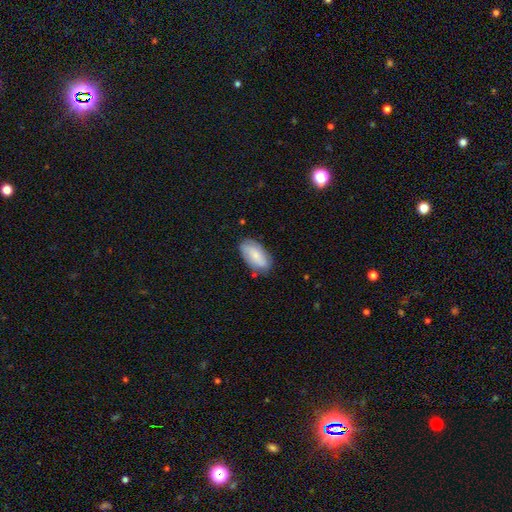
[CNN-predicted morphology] smooth_or_featured: smooth (p=0.67) [alt: featured or disk p=0.27]
how_rounded: in between (p=0.92) [alt: cigar-shaped p=0.05]
merging: none (p=0.75) [alt: minor disturbance p=0.19]